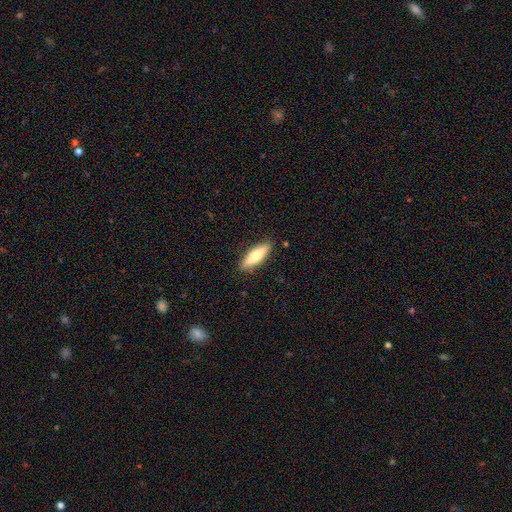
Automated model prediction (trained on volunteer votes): Smooth or featured?
  - smooth: 68% *
  - featured or disk: 26%
  - star or artifact: 6%
How rounded?
  - cigar-shaped: 55% *
  - in between: 44%
  - round: 2%
Merging?
  - none: 87% *
  - minor disturbance: 9%
  - major disturbance: 2%
  - merger: 1%